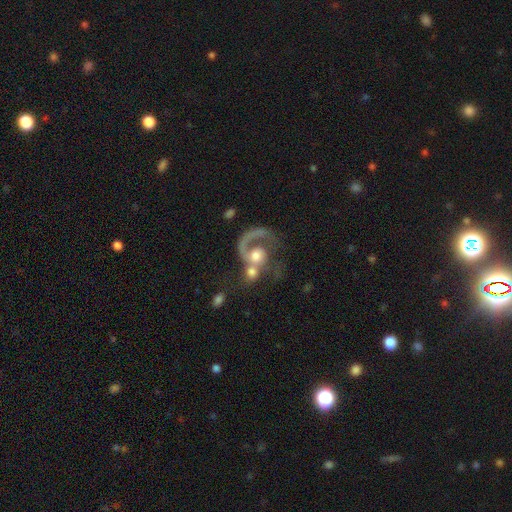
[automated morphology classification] This appears to be a featured or disk galaxy (72%) with no bar (77%), 1 (85%) loose (42%) spiral arms (84%) and a moderate central bulge (60%). Merging: merger (53%).